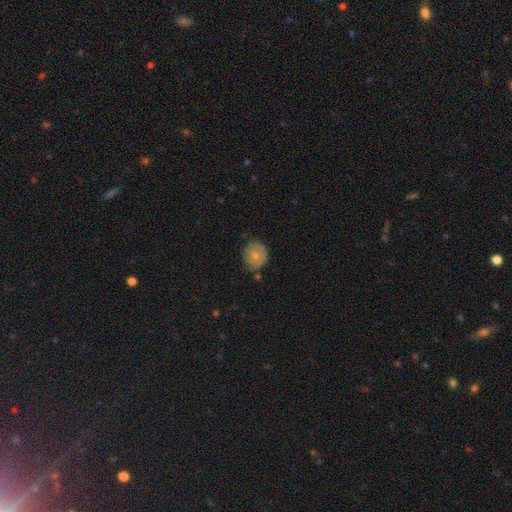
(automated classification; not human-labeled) Smooth or featured?
  - smooth: 68% *
  - featured or disk: 25%
  - star or artifact: 8%
How rounded?
  - round: 82% *
  - in between: 17%
  - cigar-shaped: 1%
Merging?
  - none: 71% *
  - minor disturbance: 21%
  - major disturbance: 4%
  - merger: 3%